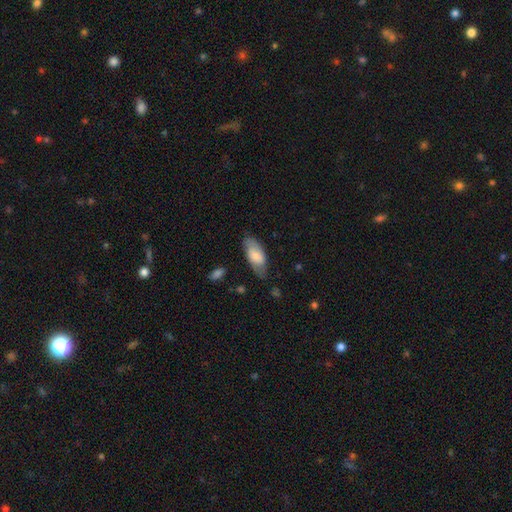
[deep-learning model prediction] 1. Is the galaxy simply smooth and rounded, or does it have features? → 71% smooth, 23% featured or disk, 6% star or artifact.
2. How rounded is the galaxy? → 88% in between, 10% cigar-shaped, 2% round.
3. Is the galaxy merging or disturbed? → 68% none, 24% minor disturbance, 6% major disturbance, 2% merger.